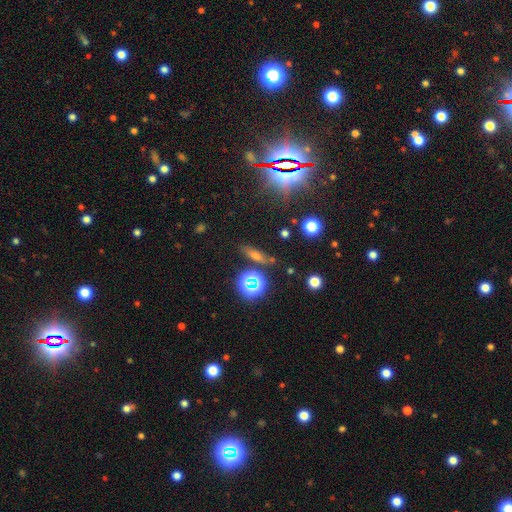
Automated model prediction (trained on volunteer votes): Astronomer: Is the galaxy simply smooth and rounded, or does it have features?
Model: smooth — 48% (runner-up: star or artifact, 30%).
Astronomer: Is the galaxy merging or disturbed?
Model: none — 79%.